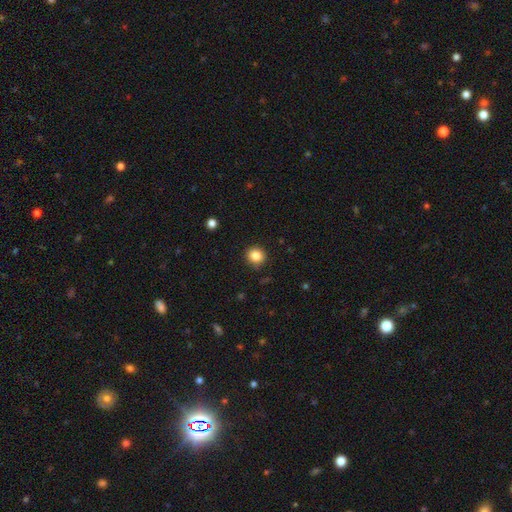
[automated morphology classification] Q: Smooth or featured?
A: smooth (85%); runner-up: star or artifact (10%)
Q: How rounded?
A: round (88%); runner-up: in between (11%)
Q: Merging?
A: none (90%); runner-up: minor disturbance (7%)